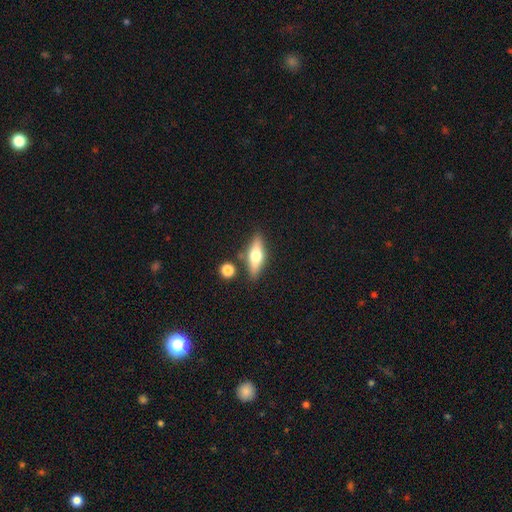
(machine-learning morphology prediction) smooth-or-featured: smooth: 51% | featured or disk: 42% | star or artifact: 7%
  how-rounded: in between: 52% | cigar-shaped: 44% | round: 4%
  merging: none: 79% | minor disturbance: 11% | merger: 7% | major disturbance: 3%